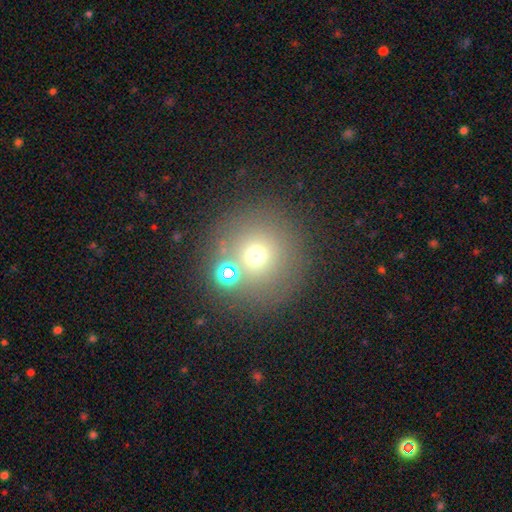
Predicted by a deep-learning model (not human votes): Q: Smooth or featured?
A: smooth (66%); runner-up: star or artifact (21%)
Q: How rounded?
A: round (93%); runner-up: in between (6%)
Q: Merging?
A: none (74%); runner-up: merger (12%)